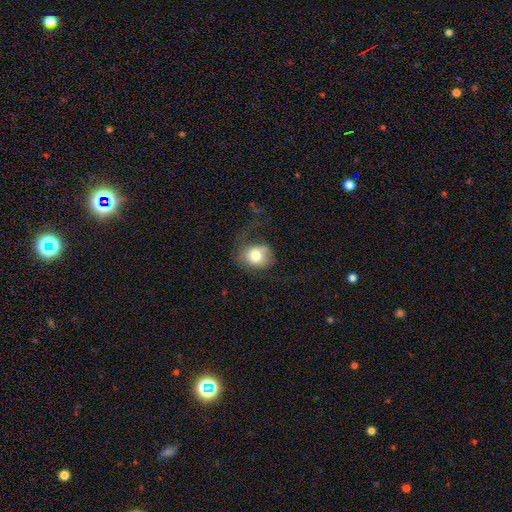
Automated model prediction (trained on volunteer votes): This appears to be a smooth galaxy with no disk features (71%) that is round (59%). Merging: none (39%).